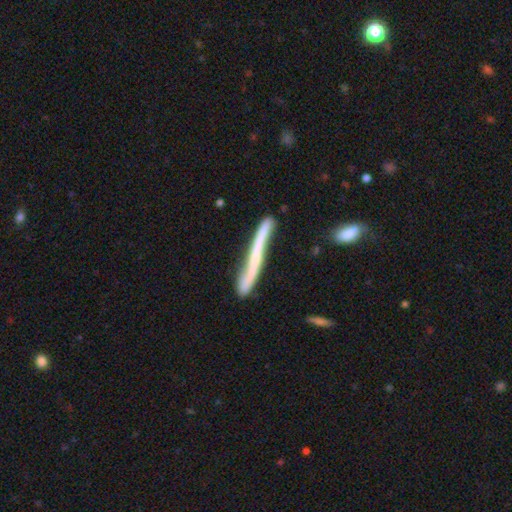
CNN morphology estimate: This is likely a featured or disk galaxy (62%). It is likely viewed edge-on (76%). Merging: likely none (62%).